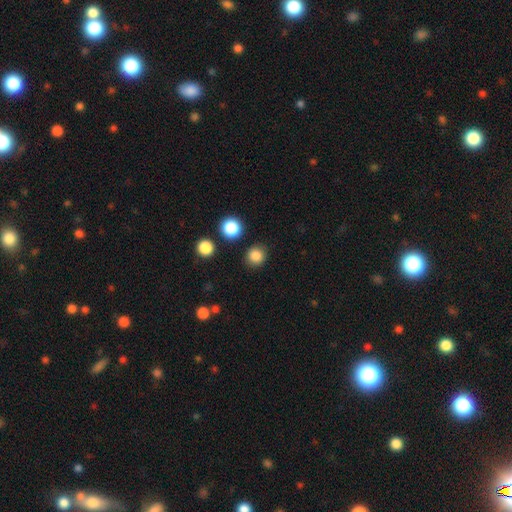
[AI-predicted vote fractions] smooth_or_featured: smooth (p=0.85) [alt: star or artifact p=0.12]
how_rounded: round (p=0.87) [alt: in between p=0.12]
merging: none (p=0.87) [alt: minor disturbance p=0.08]